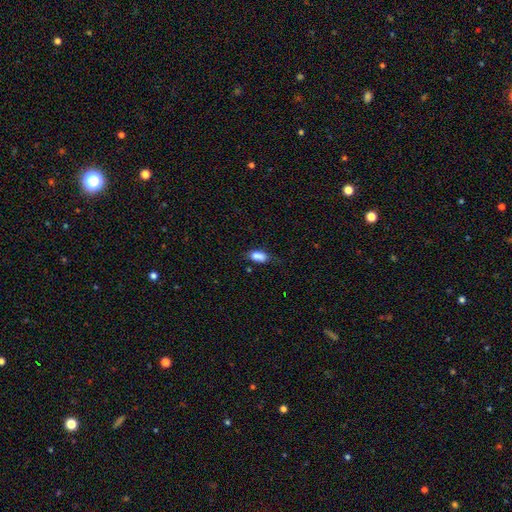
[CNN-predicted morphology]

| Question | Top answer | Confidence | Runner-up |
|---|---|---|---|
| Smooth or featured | smooth | 85% | star or artifact (9%) |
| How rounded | in between | 88% | cigar-shaped (7%) |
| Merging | none | 63% | minor disturbance (27%) |